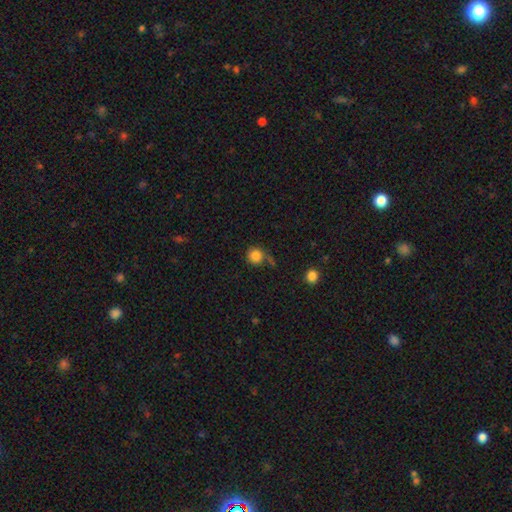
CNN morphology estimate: type=smooth (84%); roundness=round (91%); merging=none (65%).